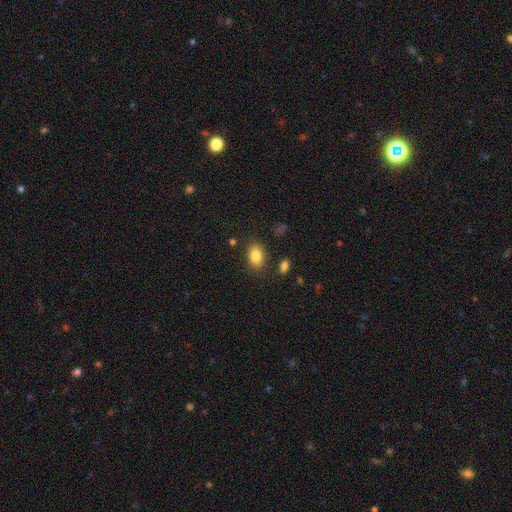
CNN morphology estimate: Smooth or featured? Predicted: smooth (p=0.84). How rounded? Predicted: in between (p=0.83). Merging? Predicted: none (p=0.82).